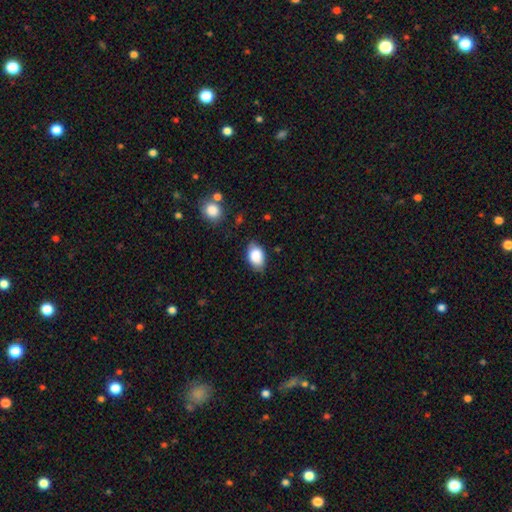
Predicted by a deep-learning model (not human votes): This appears to be a smooth galaxy with no disk features (85%) that is in between round and cigar-shaped (88%). Merging: none (76%).